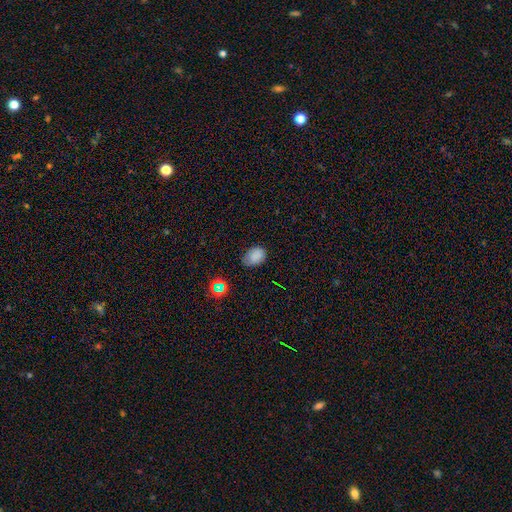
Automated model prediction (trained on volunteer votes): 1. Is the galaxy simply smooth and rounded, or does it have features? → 81% smooth, 14% star or artifact, 5% featured or disk.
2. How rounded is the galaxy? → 78% in between, 21% round, 1% cigar-shaped.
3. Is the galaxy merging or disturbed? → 70% none, 24% minor disturbance, 4% major disturbance, 2% merger.